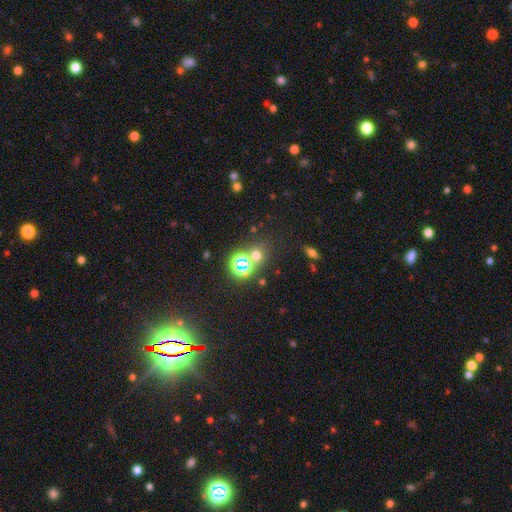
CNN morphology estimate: smooth 49%, star or artifact 42%, featured or disk 9%. Down the decision tree: merging — none (68%).